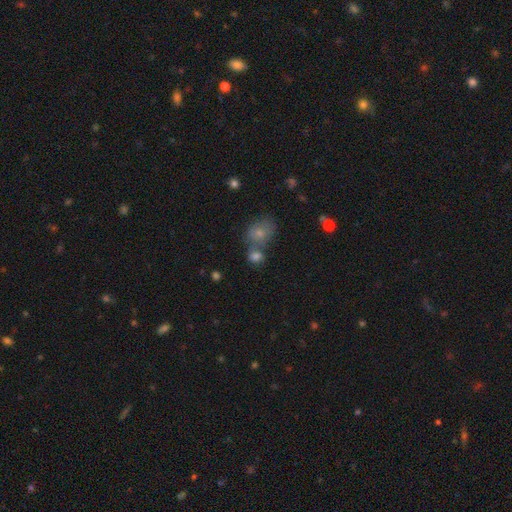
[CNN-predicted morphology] A smooth galaxy with no disk features (73%) that is round (56%). Merging: none (47%).